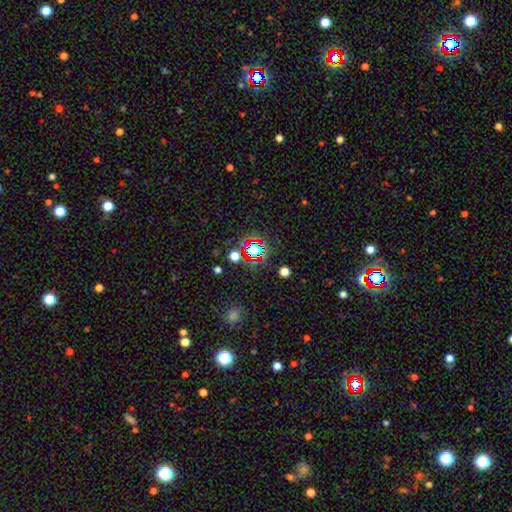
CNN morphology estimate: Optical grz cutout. It shows a star or artifact, not a galaxy (72%).